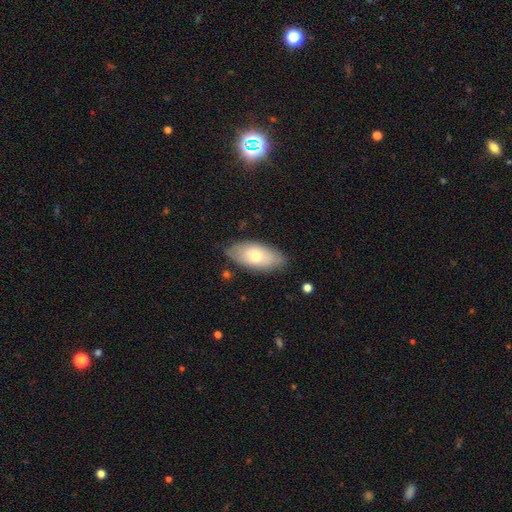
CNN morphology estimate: smooth_or_featured: smooth (p=0.66) [alt: featured or disk p=0.28]
how_rounded: in between (p=0.89) [alt: cigar-shaped p=0.08]
merging: none (p=0.79) [alt: minor disturbance p=0.16]